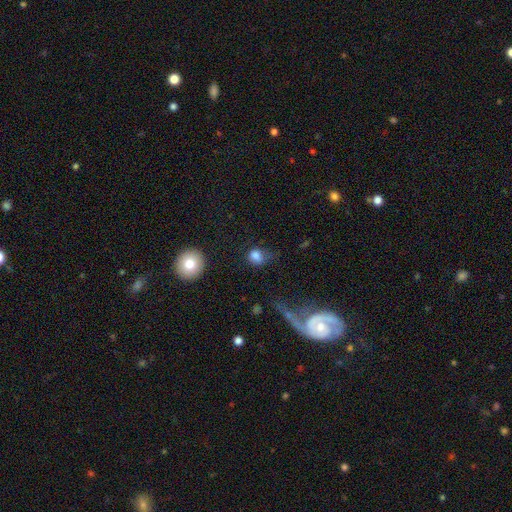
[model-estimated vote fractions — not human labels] This is likely a smooth galaxy (80%). How rounded: likely round (64%). Merging: possibly none (47%).